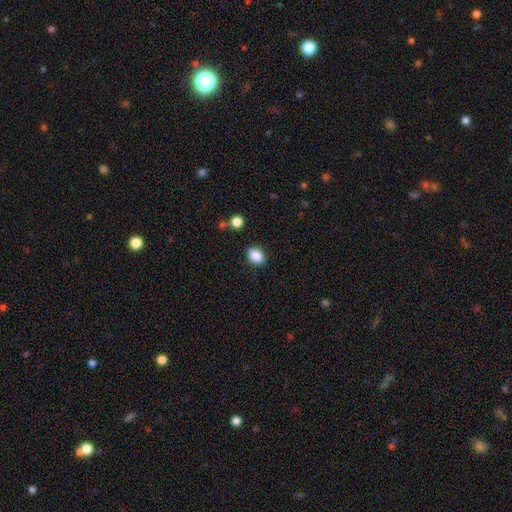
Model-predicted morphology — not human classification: smooth_or_featured: smooth (p=0.87) [alt: star or artifact p=0.08]
how_rounded: in between (p=0.76) [alt: round p=0.22]
merging: none (p=0.86) [alt: minor disturbance p=0.09]